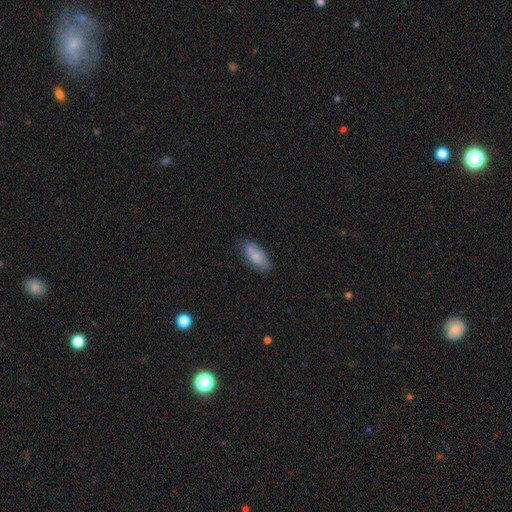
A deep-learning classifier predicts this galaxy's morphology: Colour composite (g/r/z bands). It shows a smooth galaxy with no disk features (73%) that is in between round and cigar-shaped (86%). Merging: none (69%).